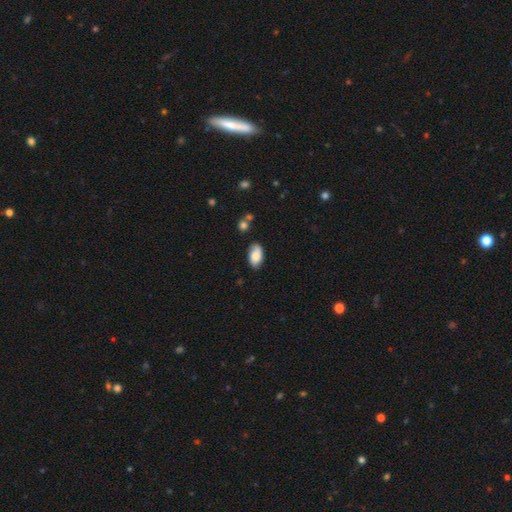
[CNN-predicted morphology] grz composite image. It shows a smooth galaxy with no disk features (77%) that is in between round and cigar-shaped (94%). Merging: none (75%).